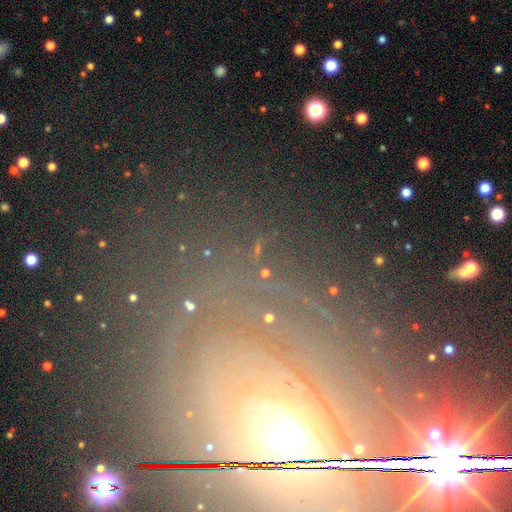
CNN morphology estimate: type=star or artifact (41%).